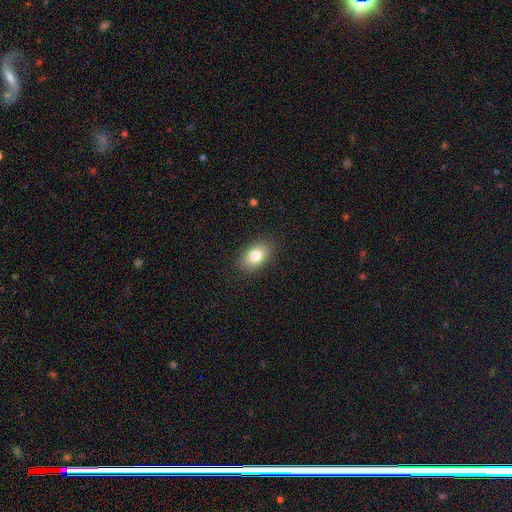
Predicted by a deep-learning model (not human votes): A smooth galaxy with no disk features (81%) that is in between round and cigar-shaped (86%). Merging: none (88%).